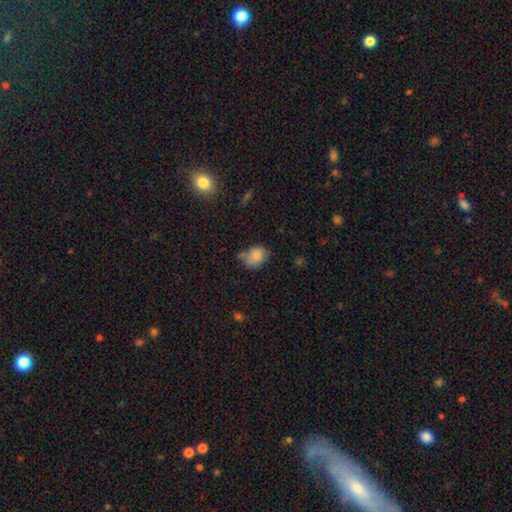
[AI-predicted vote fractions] Q: Smooth or featured?
A: smooth (81%); runner-up: featured or disk (10%)
Q: How rounded?
A: in between (63%); runner-up: round (36%)
Q: Merging?
A: none (54%); runner-up: minor disturbance (30%)